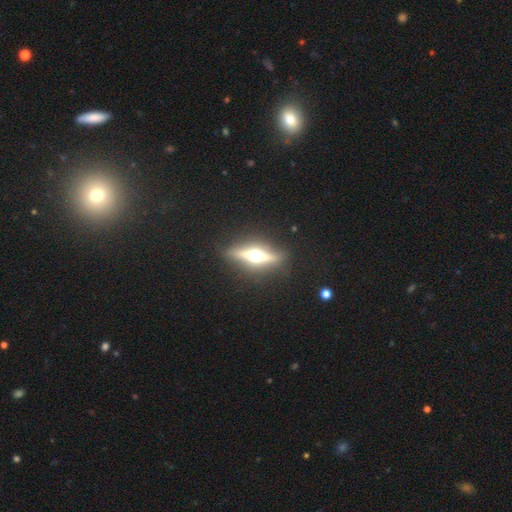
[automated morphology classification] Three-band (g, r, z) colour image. It shows a featured or disk galaxy (76%) viewed edge-on (95%) with a rounded central bulge (95%). Merging: none (87%).